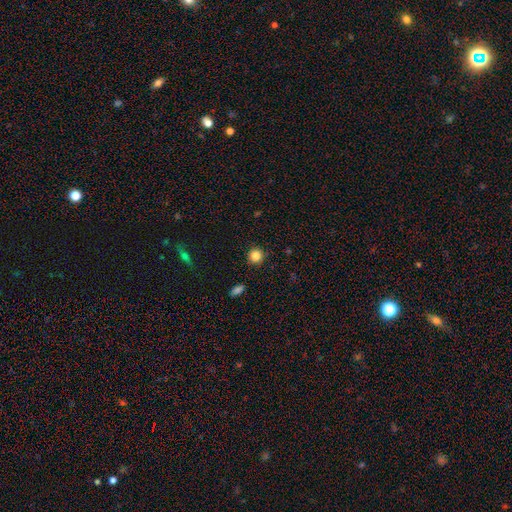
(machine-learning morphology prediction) This appears to be a smooth galaxy with no disk features (84%) that is round (93%). Merging: none (91%).